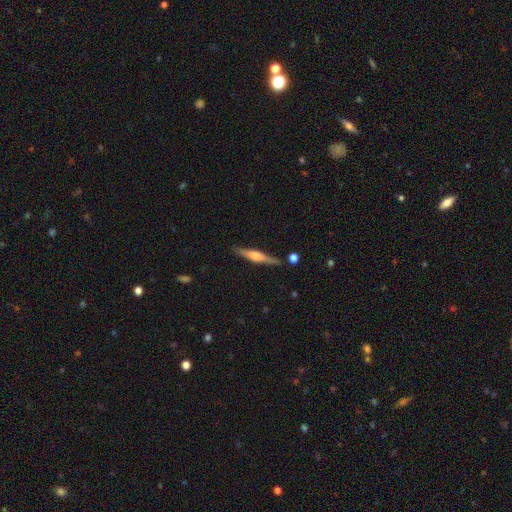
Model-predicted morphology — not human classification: smooth-or-featured: featured or disk: 64% | smooth: 30% | star or artifact: 6%
  disk-edge-on: yes: 97% | no: 3%
    edge-on-bulge: rounded: 67% | boxy: 25% | none: 7%
  merging: none: 85% | minor disturbance: 10% | merger: 3% | major disturbance: 2%